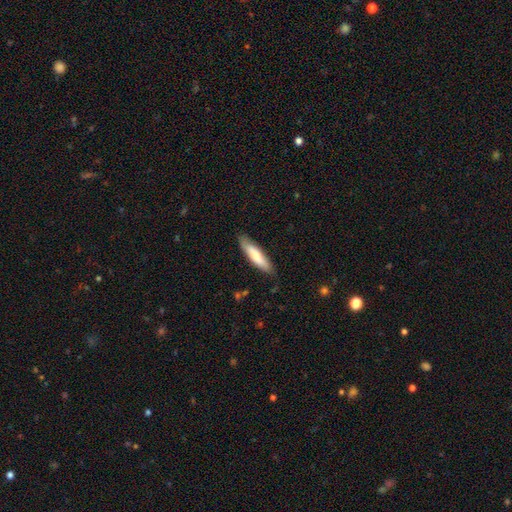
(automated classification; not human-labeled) Q: Smooth or featured?
A: smooth (72%); runner-up: featured or disk (22%)
Q: How rounded?
A: cigar-shaped (72%); runner-up: in between (27%)
Q: Merging?
A: none (84%); runner-up: minor disturbance (12%)